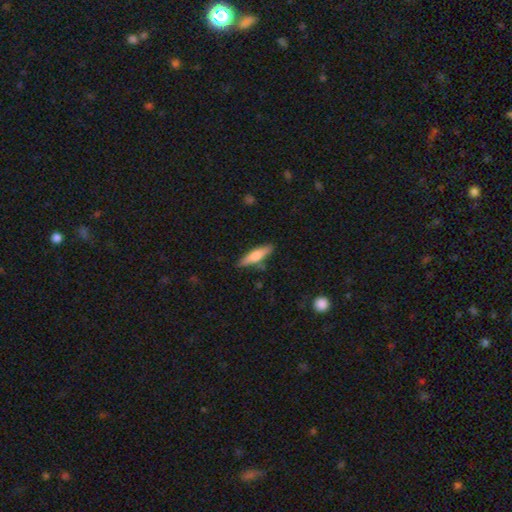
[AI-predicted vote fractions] This is likely a smooth galaxy (63%). How rounded: likely cigar-shaped (75%). Merging: clearly none (80%).